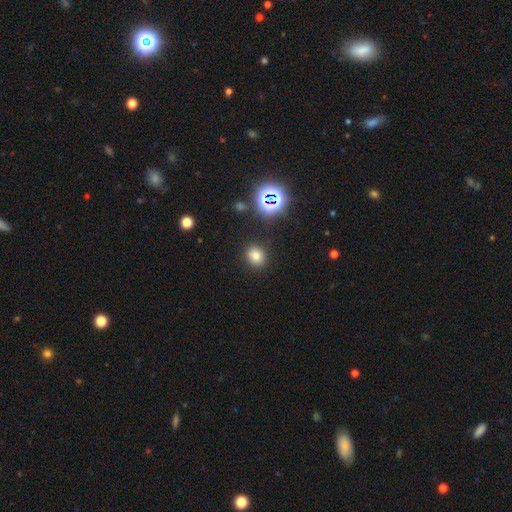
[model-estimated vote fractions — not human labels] Smooth or featured? Predicted: smooth (p=0.74). How rounded? Predicted: round (p=0.71). Merging? Predicted: none (p=0.88).